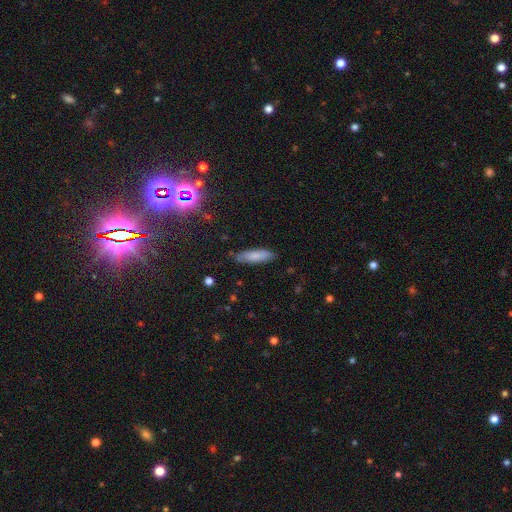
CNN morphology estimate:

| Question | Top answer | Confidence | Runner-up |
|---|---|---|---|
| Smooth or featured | smooth | 79% | featured or disk (13%) |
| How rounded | cigar-shaped | 61% | in between (37%) |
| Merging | none | 83% | minor disturbance (13%) |